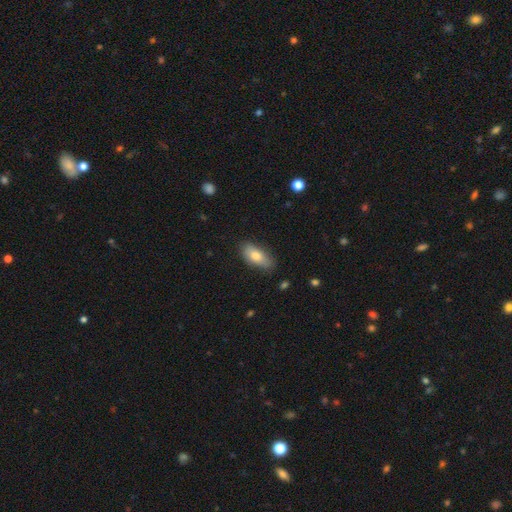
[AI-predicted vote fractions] The model was most divided on "smooth or featured": smooth: 75%, featured or disk: 18%, star or artifact: 6%. More confident: how rounded — in between (85%); merging — none (78%).